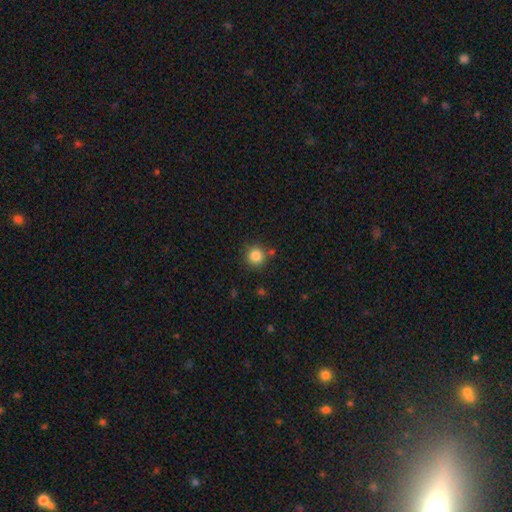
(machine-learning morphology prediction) smooth_or_featured: smooth (p=0.85) [alt: star or artifact p=0.11]
how_rounded: round (p=0.94) [alt: in between p=0.05]
merging: none (p=0.83) [alt: minor disturbance p=0.09]